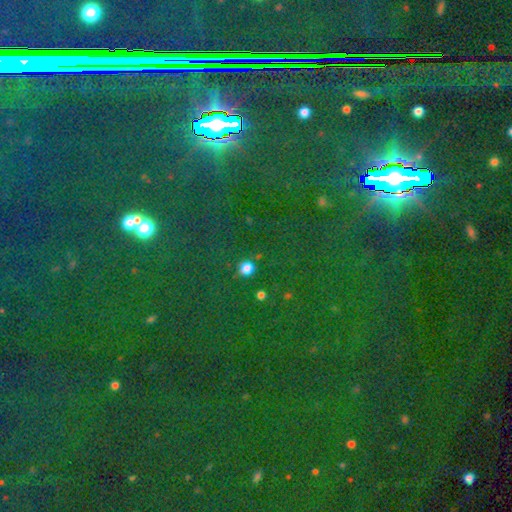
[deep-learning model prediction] A star or artifact, not a galaxy (82%).